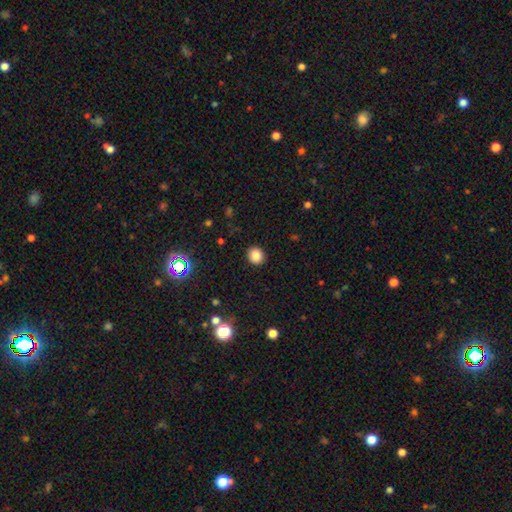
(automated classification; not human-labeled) smooth_or_featured: smooth (p=0.84) [alt: star or artifact p=0.12]
how_rounded: round (p=0.81) [alt: in between p=0.18]
merging: none (p=0.91) [alt: minor disturbance p=0.06]